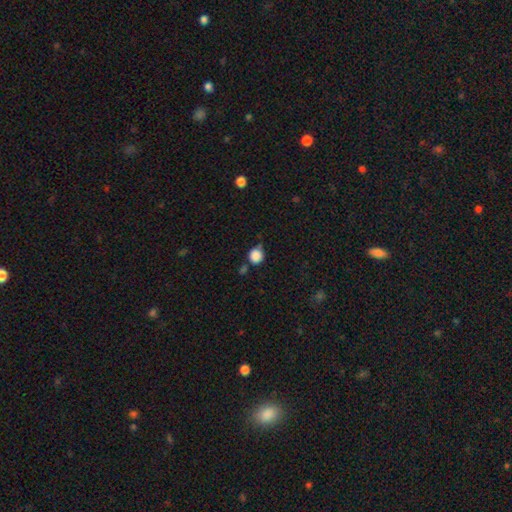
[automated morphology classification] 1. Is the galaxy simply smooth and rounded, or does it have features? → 86% smooth, 10% star or artifact, 4% featured or disk.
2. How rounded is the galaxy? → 89% round, 10% in between, 1% cigar-shaped.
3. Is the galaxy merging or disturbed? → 65% none, 20% minor disturbance, 9% merger, 5% major disturbance.